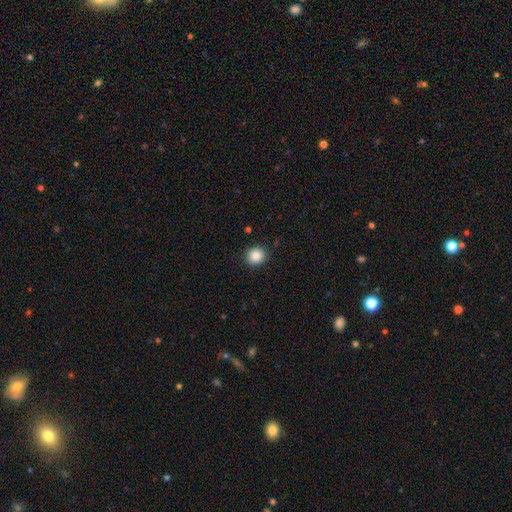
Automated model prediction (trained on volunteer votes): Smooth or featured?
  - smooth: 87% *
  - star or artifact: 10%
  - featured or disk: 4%
How rounded?
  - round: 85% *
  - in between: 14%
  - cigar-shaped: 1%
Merging?
  - none: 90% *
  - minor disturbance: 7%
  - major disturbance: 2%
  - merger: 1%